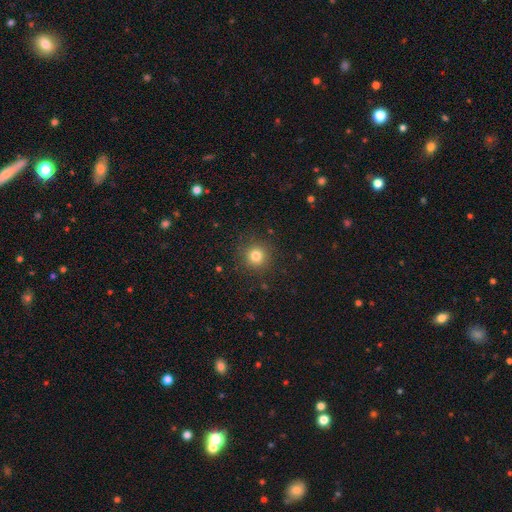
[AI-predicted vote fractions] Morphology: type=smooth (80%); roundness=round (94%); merging=none (89%).